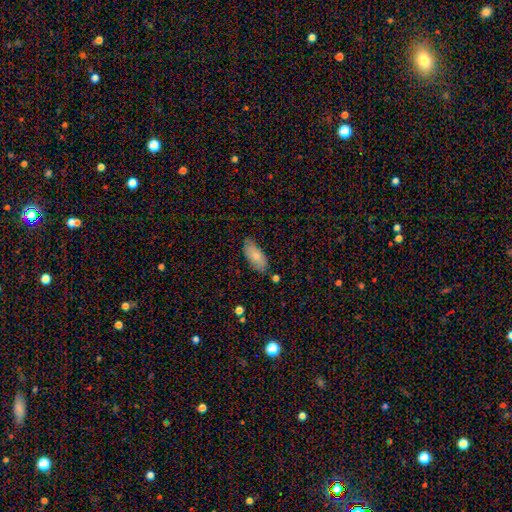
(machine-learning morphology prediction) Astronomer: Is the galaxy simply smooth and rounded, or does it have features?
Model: smooth — 78%.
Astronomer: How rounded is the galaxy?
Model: in between — 89%.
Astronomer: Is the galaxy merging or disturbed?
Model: none — 75%.